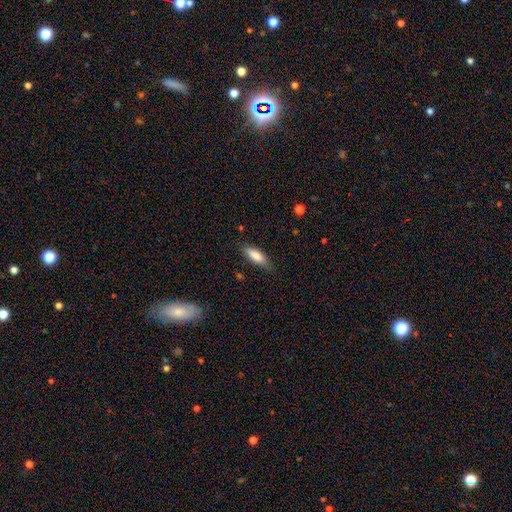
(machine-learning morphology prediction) smooth 82%, featured or disk 12%, star or artifact 6%. Down the decision tree: how rounded — in between (57%); merging — none (74%).